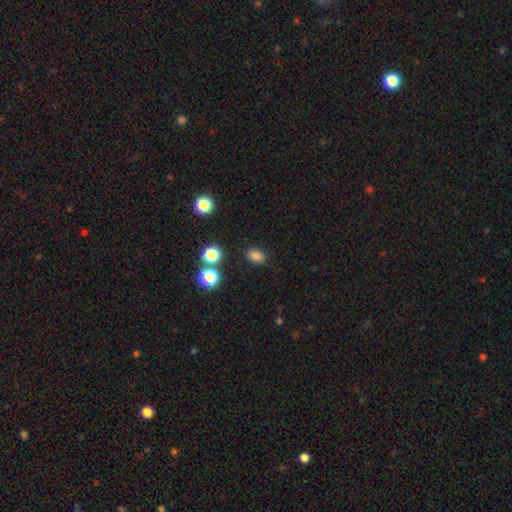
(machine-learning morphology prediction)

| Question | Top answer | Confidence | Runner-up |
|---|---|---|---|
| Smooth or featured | smooth | 80% | star or artifact (15%) |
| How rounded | in between | 74% | round (24%) |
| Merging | none | 84% | minor disturbance (9%) |